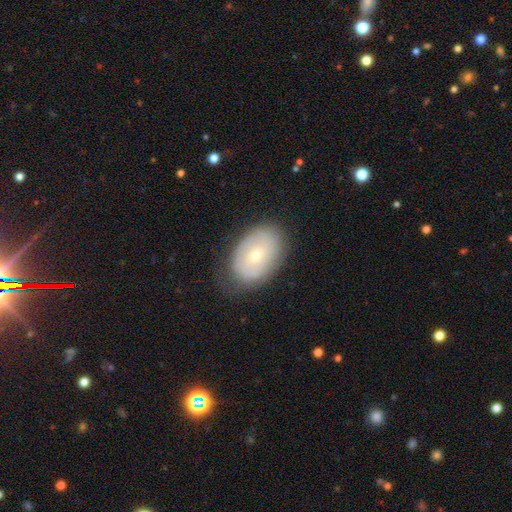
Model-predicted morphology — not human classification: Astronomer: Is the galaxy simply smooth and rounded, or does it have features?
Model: smooth — 52% (runner-up: featured or disk, 41%).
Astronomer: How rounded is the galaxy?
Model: in between — 83%.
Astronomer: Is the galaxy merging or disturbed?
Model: none — 74%.